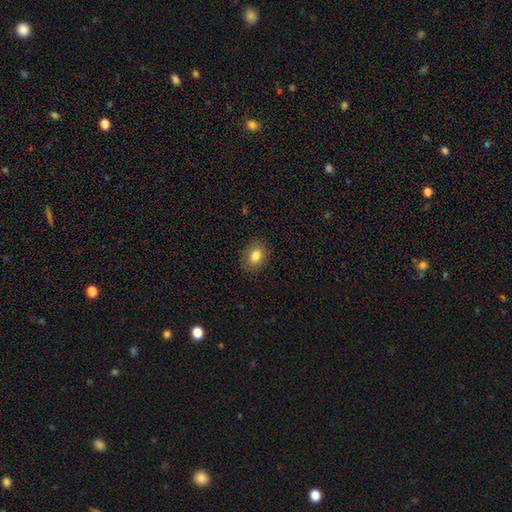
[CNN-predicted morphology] smooth_or_featured: smooth (p=0.83) [alt: star or artifact p=0.09]
how_rounded: in between (p=0.73) [alt: round p=0.26]
merging: none (p=0.87) [alt: minor disturbance p=0.10]